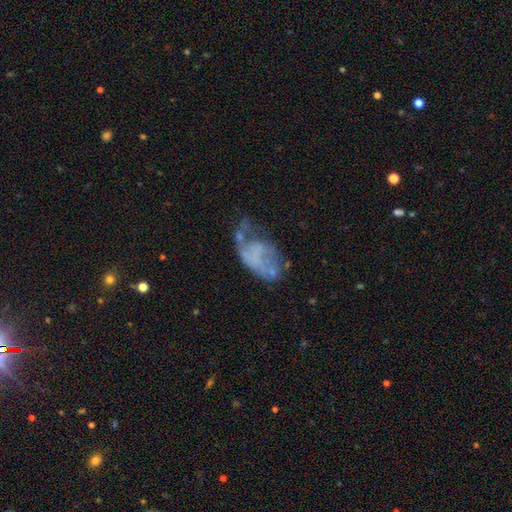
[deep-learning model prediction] Q: Smooth or featured?
A: featured or disk (59%); runner-up: smooth (29%)
Q: Edge-on disk?
A: no (97%); runner-up: yes (3%)
Q: Bar?
A: no (86%); runner-up: weak (10%)
Q: Spiral arms?
A: no (80%); runner-up: yes (20%)
Q: Bulge size?
A: none (82%); runner-up: small (8%)
Q: Merging?
A: major disturbance (41%); runner-up: none (26%)